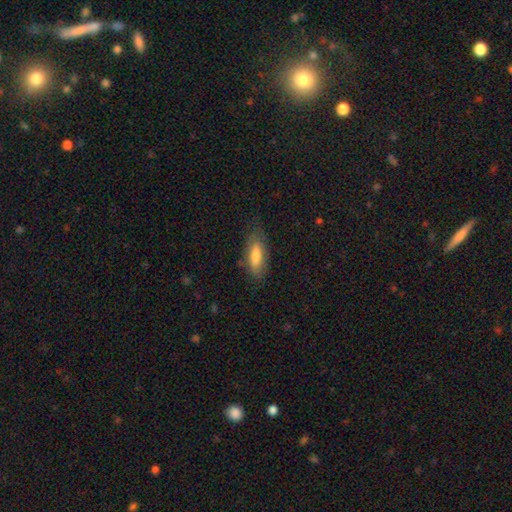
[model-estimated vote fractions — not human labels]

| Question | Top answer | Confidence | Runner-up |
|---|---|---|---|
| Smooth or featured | smooth | 73% | featured or disk (20%) |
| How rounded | in between | 67% | cigar-shaped (31%) |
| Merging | none | 74% | minor disturbance (19%) |